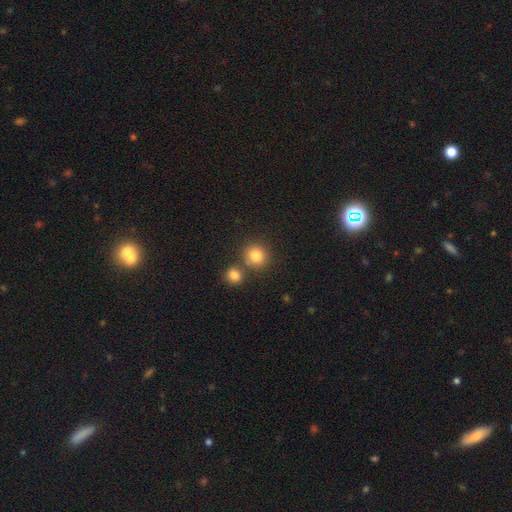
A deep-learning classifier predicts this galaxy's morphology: Smooth or featured? Predicted: smooth (p=0.83). How rounded? Predicted: round (p=0.86). Merging? Predicted: none (p=0.68).